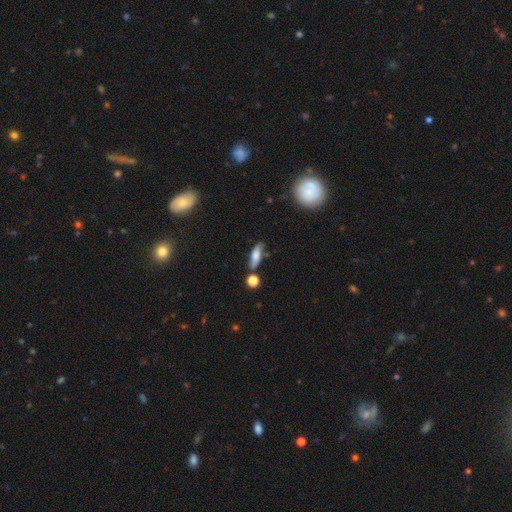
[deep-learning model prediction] smooth-or-featured: smooth: 59% | featured or disk: 32% | star or artifact: 9%
  how-rounded: in between: 52% | cigar-shaped: 43% | round: 5%
  merging: none: 67% | minor disturbance: 20% | merger: 8% | major disturbance: 5%